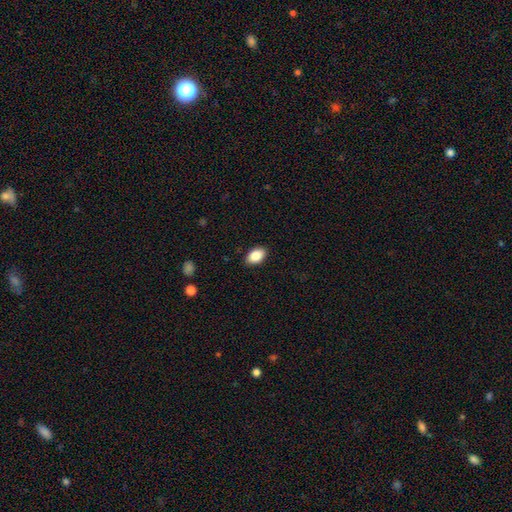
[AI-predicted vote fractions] Smooth or featured?
  - smooth: 86% *
  - star or artifact: 7%
  - featured or disk: 7%
How rounded?
  - in between: 90% *
  - round: 9%
  - cigar-shaped: 1%
Merging?
  - none: 88% *
  - minor disturbance: 9%
  - major disturbance: 2%
  - merger: 1%